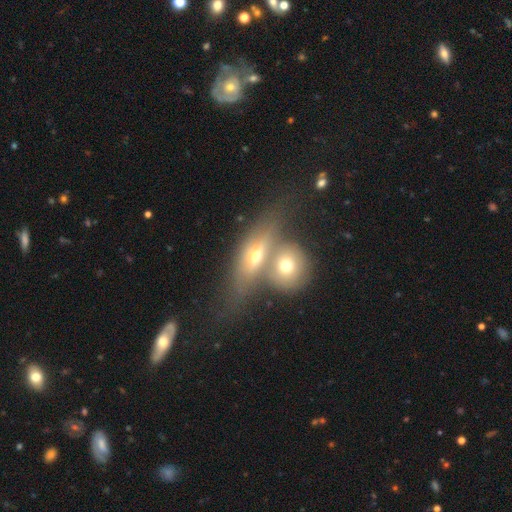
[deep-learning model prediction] smooth_or_featured: featured or disk (p=0.48) [alt: smooth p=0.42]
merging: merger (p=0.53) [alt: none p=0.29]